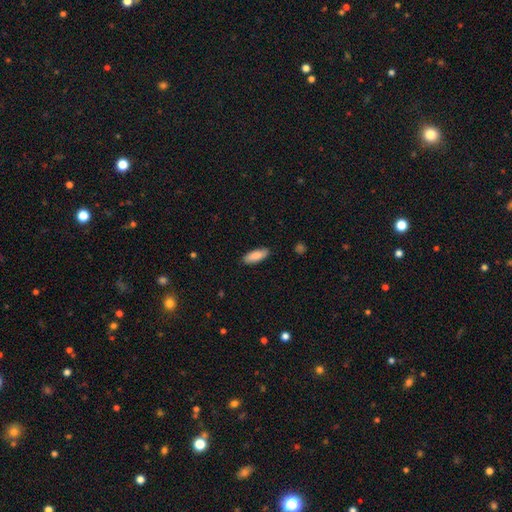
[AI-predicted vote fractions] The model was most divided on "how rounded": in between: 72%, cigar-shaped: 27%, round: 2%. More confident: merging — none (87%); smooth or featured — smooth (86%).